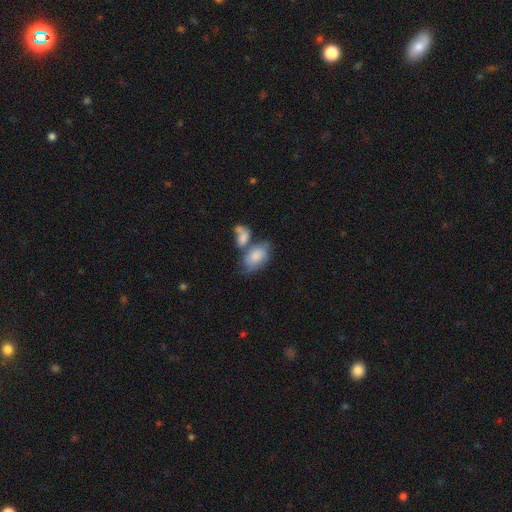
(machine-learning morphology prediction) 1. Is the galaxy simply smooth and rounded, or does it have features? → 78% smooth, 16% featured or disk, 6% star or artifact.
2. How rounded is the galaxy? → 91% in between, 7% round, 2% cigar-shaped.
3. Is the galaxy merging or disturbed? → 42% merger, 32% none, 17% minor disturbance, 9% major disturbance.